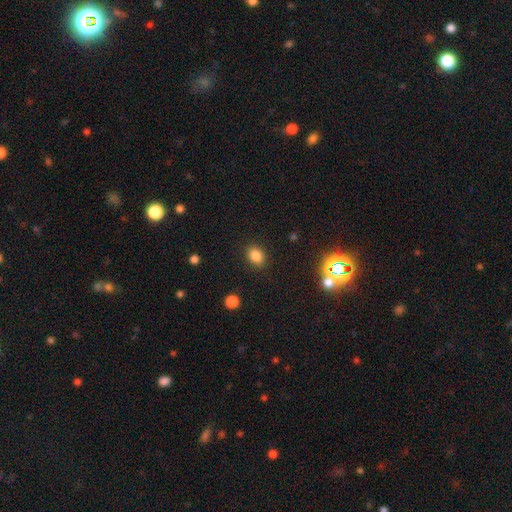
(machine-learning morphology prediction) Smooth or featured?
  - smooth: 83% *
  - star or artifact: 12%
  - featured or disk: 5%
How rounded?
  - in between: 61% *
  - round: 38%
  - cigar-shaped: 1%
Merging?
  - none: 87% *
  - minor disturbance: 9%
  - major disturbance: 3%
  - merger: 1%